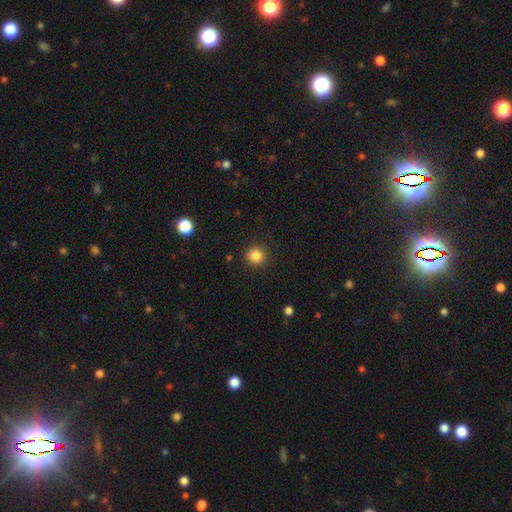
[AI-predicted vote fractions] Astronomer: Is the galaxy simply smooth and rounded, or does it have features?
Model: smooth — 85%.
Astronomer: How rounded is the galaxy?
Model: round — 93%.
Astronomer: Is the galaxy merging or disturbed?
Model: none — 90%.